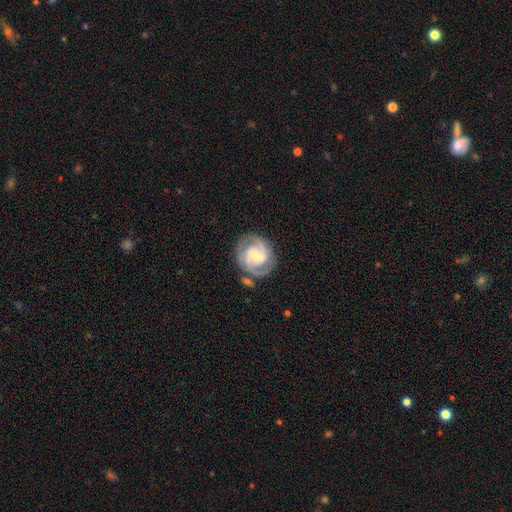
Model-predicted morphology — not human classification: Q: Smooth or featured?
A: featured or disk (85%); runner-up: smooth (10%)
Q: Edge-on disk?
A: no (98%); runner-up: yes (2%)
Q: Bar?
A: weak (50%); runner-up: no (30%)
Q: Spiral arms?
A: yes (97%); runner-up: no (3%)
Q: Spiral winding?
A: tight (50%); runner-up: medium (42%)
Q: Spiral arm count?
A: 2 (75%); runner-up: 3 (12%)
Q: Bulge size?
A: small (56%); runner-up: moderate (34%)
Q: Merging?
A: none (74%); runner-up: minor disturbance (15%)